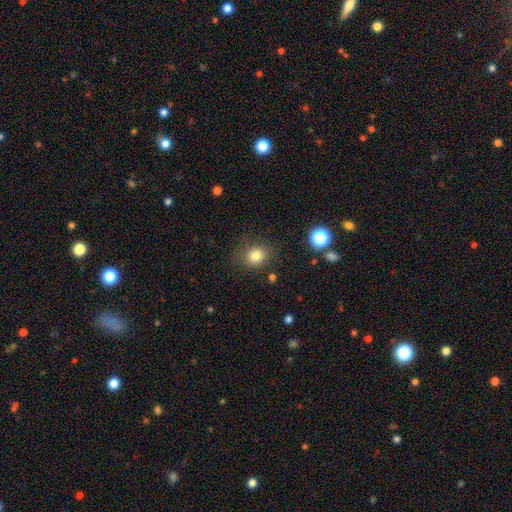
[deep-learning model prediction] Q: Smooth or featured?
A: smooth (81%); runner-up: star or artifact (12%)
Q: How rounded?
A: round (75%); runner-up: in between (24%)
Q: Merging?
A: none (81%); runner-up: minor disturbance (12%)